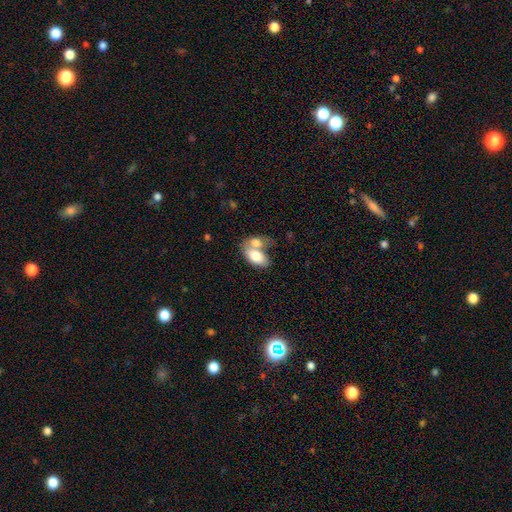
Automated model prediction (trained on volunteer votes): Smooth or featured? Predicted: smooth (p=0.74). How rounded? Predicted: in between (p=0.92). Merging? Predicted: merger (p=0.65).